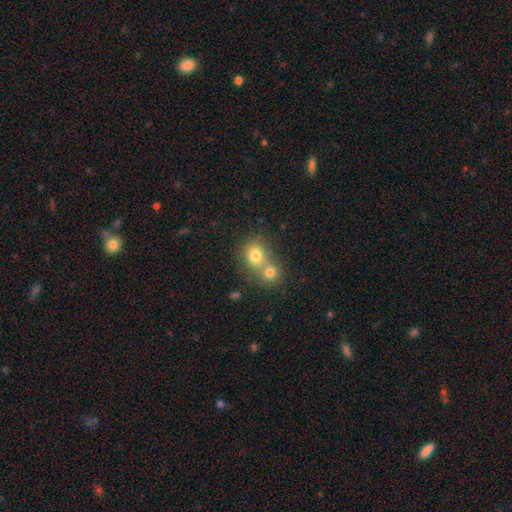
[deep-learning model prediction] Q: Smooth or featured?
A: smooth (76%); runner-up: featured or disk (12%)
Q: How rounded?
A: round (72%); runner-up: in between (27%)
Q: Merging?
A: merger (59%); runner-up: none (32%)